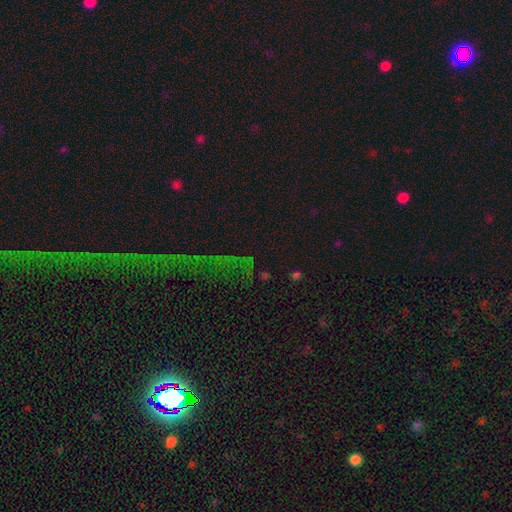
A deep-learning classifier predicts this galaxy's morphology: star or artifact 76%, smooth 13%, featured or disk 11%.